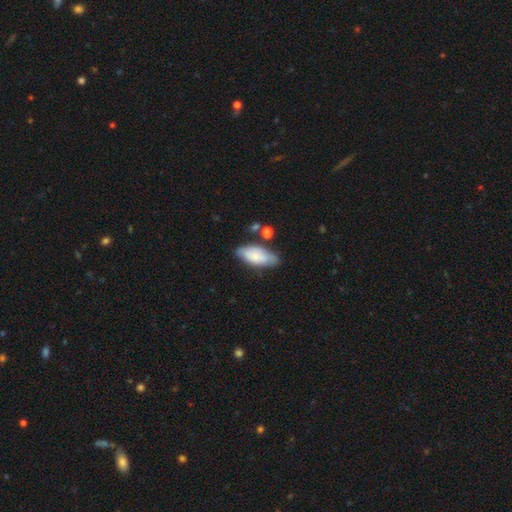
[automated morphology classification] A smooth galaxy with no disk features (69%) that is in between round and cigar-shaped (85%). Merging: none (63%).